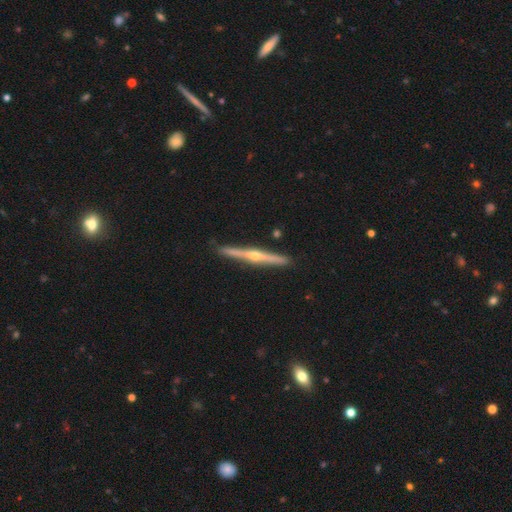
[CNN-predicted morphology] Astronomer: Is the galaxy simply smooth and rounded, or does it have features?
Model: featured or disk — 81%.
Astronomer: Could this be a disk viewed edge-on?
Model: yes — 98%.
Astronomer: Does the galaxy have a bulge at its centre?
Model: rounded — 90%.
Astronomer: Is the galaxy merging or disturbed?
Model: none — 91%.